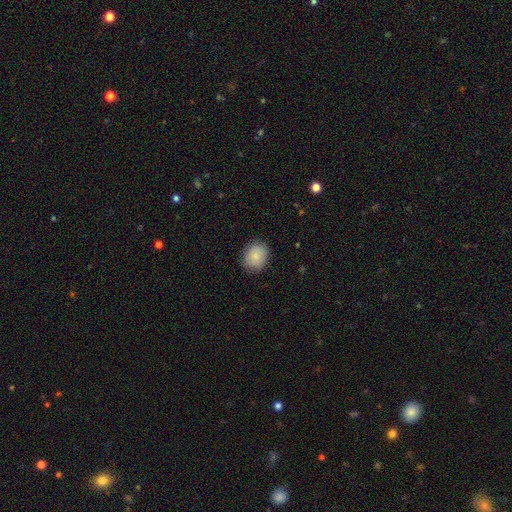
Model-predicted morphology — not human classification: type=smooth (85%); roundness=round (55%); merging=none (83%).